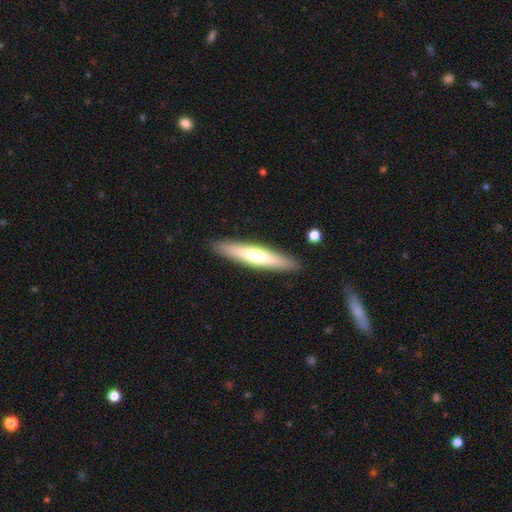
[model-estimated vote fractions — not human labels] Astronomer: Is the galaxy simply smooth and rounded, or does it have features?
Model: smooth — 52% (runner-up: featured or disk, 43%).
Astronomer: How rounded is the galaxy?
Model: cigar-shaped — 87%.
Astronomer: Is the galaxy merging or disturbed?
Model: none — 90%.